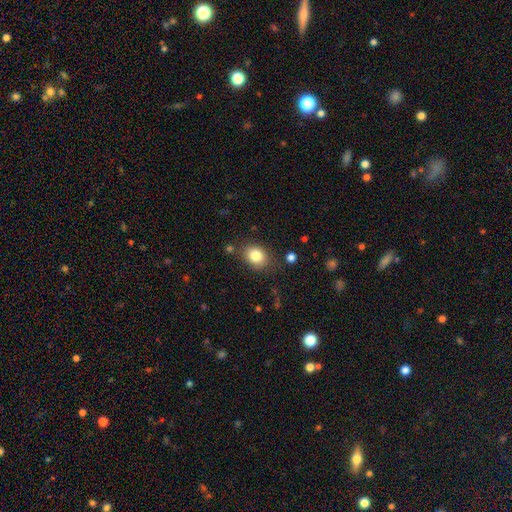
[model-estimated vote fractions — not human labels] Morphology: type=smooth (82%); roundness=in between (55%); merging=none (79%).